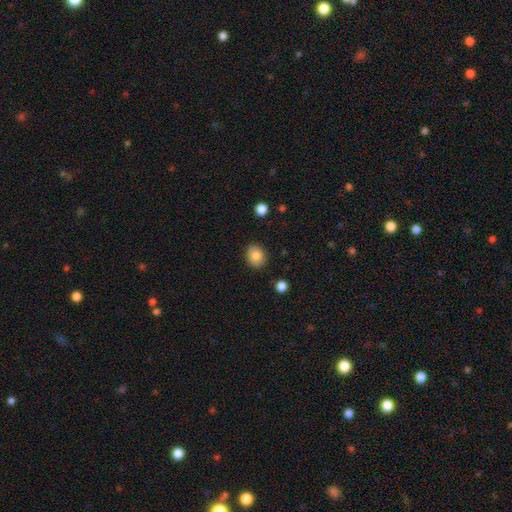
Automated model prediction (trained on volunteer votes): A smooth galaxy with no disk features (82%) that is round (52%).

Vote fractions:
- Smooth or featured? smooth: 82% / featured or disk: 9% / star or artifact: 9%
- How rounded? round: 52% / in between: 47% / cigar-shaped: 1%
- Merging? none: 86% / minor disturbance: 10% / major disturbance: 2% / merger: 1%